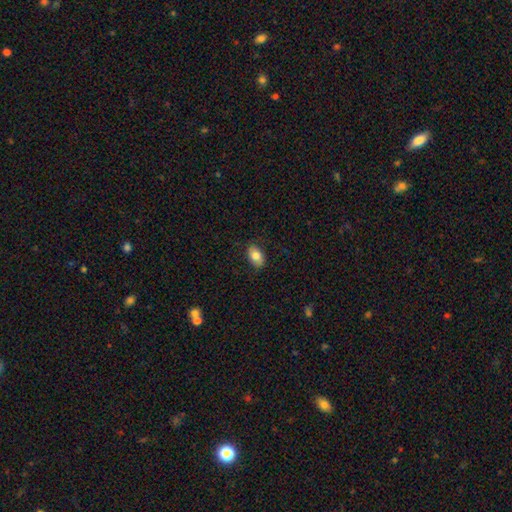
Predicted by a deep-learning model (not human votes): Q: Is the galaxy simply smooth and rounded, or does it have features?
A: smooth — 82%.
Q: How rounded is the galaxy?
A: in between — 88%.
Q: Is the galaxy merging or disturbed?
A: none — 87%.